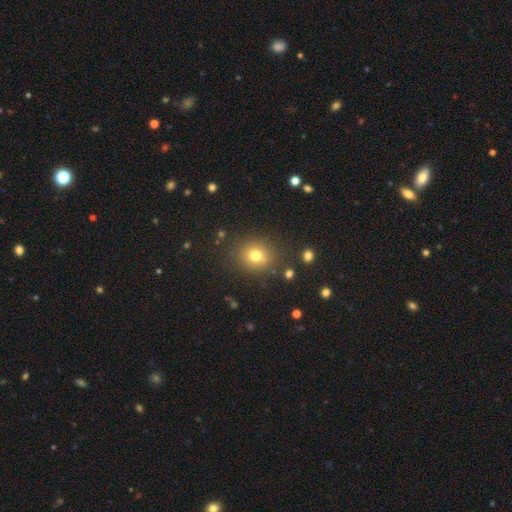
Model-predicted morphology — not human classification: Smooth or featured?
  - smooth: 75% *
  - star or artifact: 15%
  - featured or disk: 10%
How rounded?
  - round: 80% *
  - in between: 19%
  - cigar-shaped: 1%
Merging?
  - none: 83% *
  - minor disturbance: 10%
  - major disturbance: 4%
  - merger: 3%